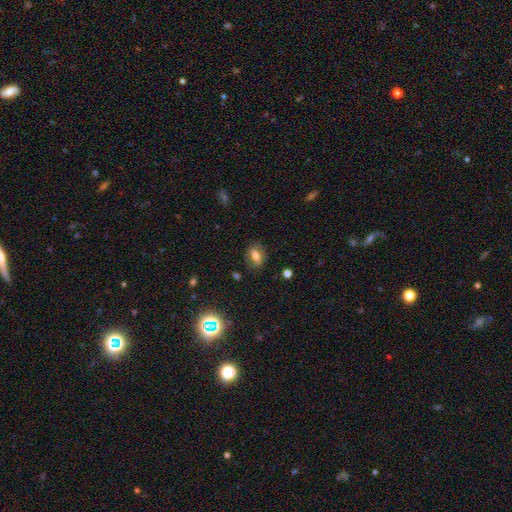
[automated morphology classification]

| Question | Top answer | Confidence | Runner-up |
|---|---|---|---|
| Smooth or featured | smooth | 56% | featured or disk (31%) |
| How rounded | in between | 71% | round (21%) |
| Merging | none | 78% | minor disturbance (15%) |